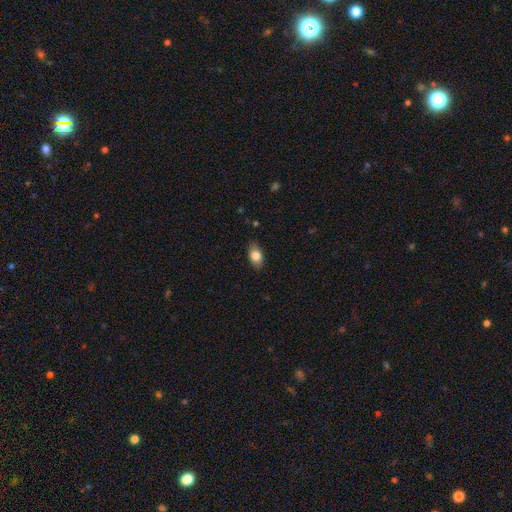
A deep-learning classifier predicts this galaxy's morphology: Q: Smooth or featured?
A: smooth (82%); runner-up: featured or disk (10%)
Q: How rounded?
A: in between (87%); runner-up: round (11%)
Q: Merging?
A: none (83%); runner-up: minor disturbance (13%)